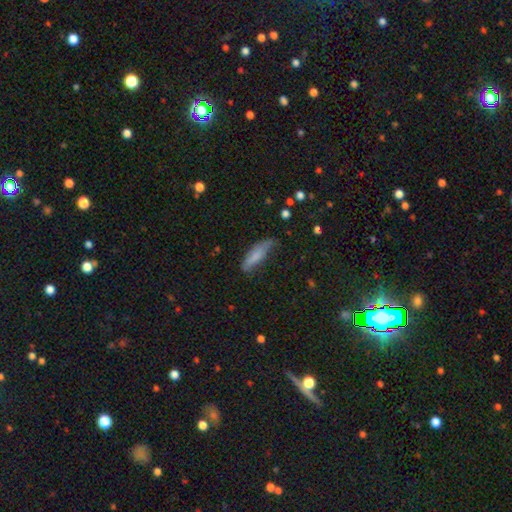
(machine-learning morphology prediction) This appears to be a smooth galaxy with no disk features (76%) that is cigar-shaped (62%). Merging: none (57%).